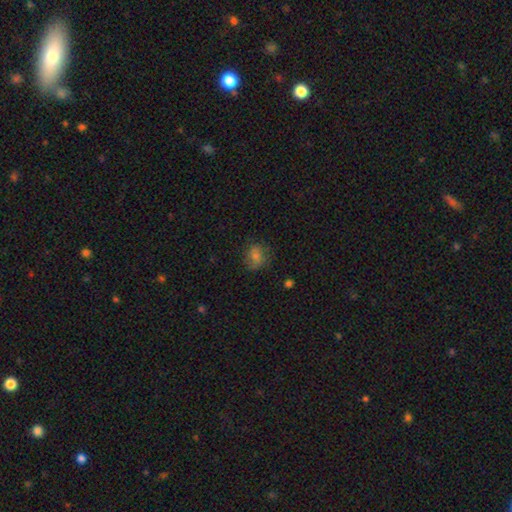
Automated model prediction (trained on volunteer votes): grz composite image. It shows a smooth galaxy with no disk features (62%) that is round (55%). Merging: none (68%).